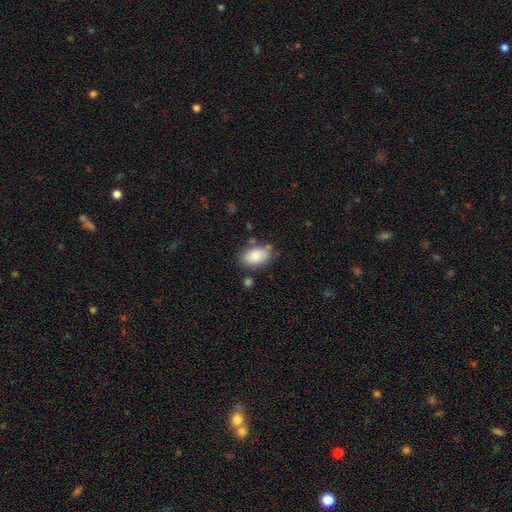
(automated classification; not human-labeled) smooth 84%, featured or disk 9%, star or artifact 7%. Down the decision tree: how rounded — in between (90%); merging — none (71%).